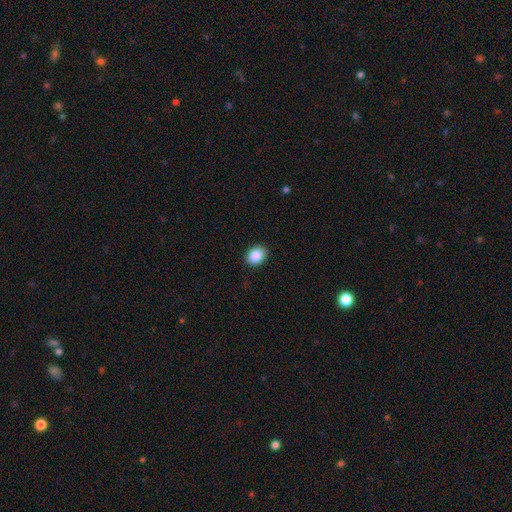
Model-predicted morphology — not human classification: type=smooth (88%); roundness=in between (56%); merging=none (90%).